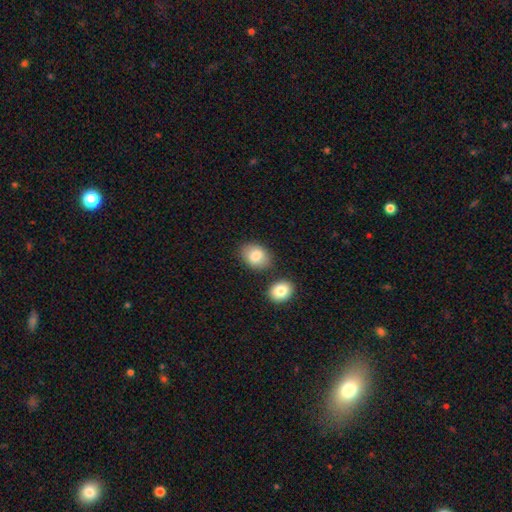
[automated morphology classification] smooth 85%, featured or disk 8%, star or artifact 7%. Down the decision tree: how rounded — in between (70%); merging — none (73%).